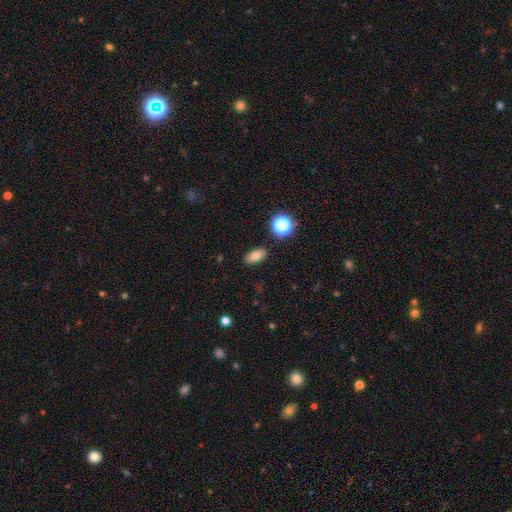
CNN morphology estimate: A smooth galaxy with no disk features (79%) that is in between round and cigar-shaped (86%). Merging: none (87%).